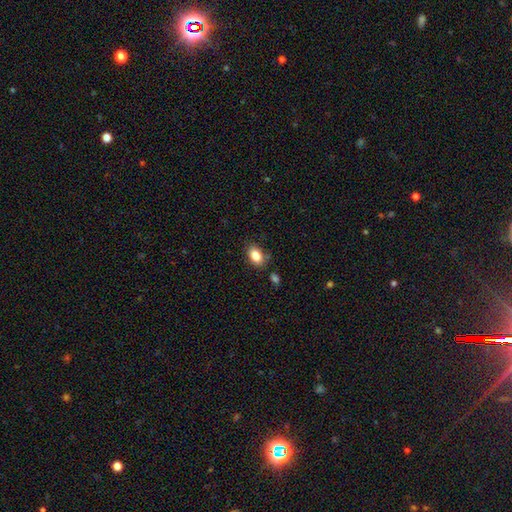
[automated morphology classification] Smooth or featured? smooth (85%)
How rounded? in between (87%)
Merging? none (81%)